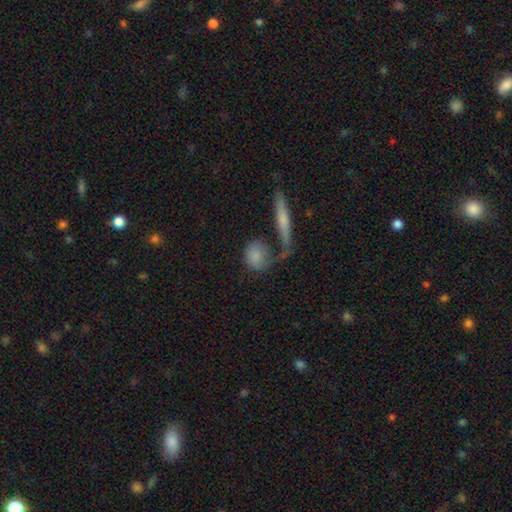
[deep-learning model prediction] This appears to be a smooth galaxy with no disk features (76%) that is round (62%). Merging: none (51%).